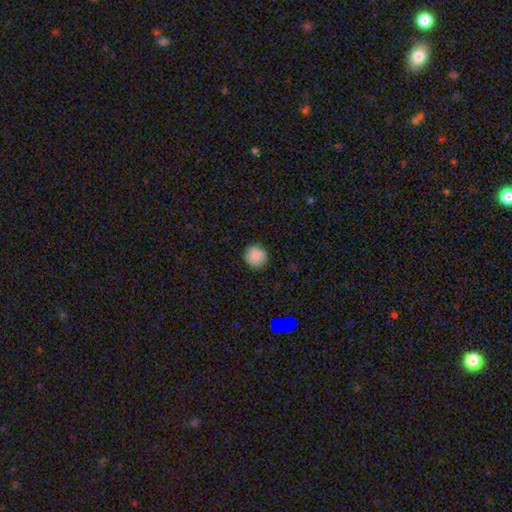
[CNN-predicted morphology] This is clearly a smooth galaxy (85%). How rounded: clearly round (94%). Merging: clearly none (89%).